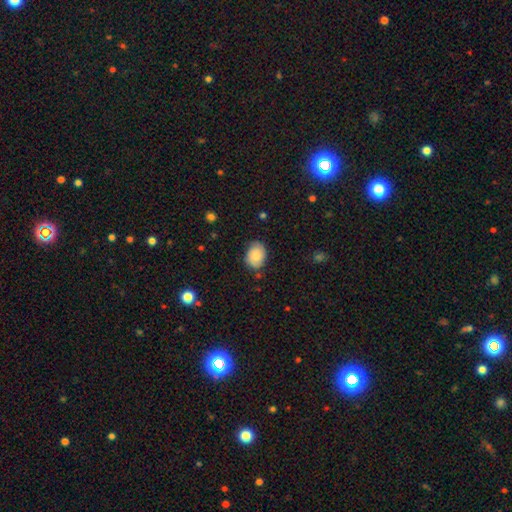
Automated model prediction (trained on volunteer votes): This appears to be a smooth galaxy with no disk features (75%) that is in between round and cigar-shaped (68%). Merging: none (73%).